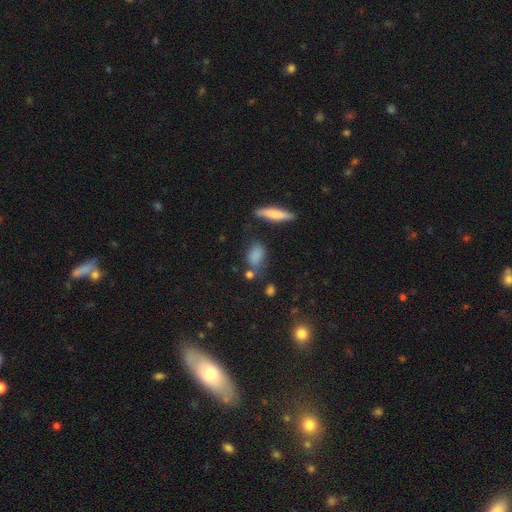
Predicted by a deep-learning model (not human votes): Q: Smooth or featured?
A: smooth (80%); runner-up: star or artifact (11%)
Q: How rounded?
A: in between (78%); runner-up: round (14%)
Q: Merging?
A: none (59%); runner-up: minor disturbance (22%)